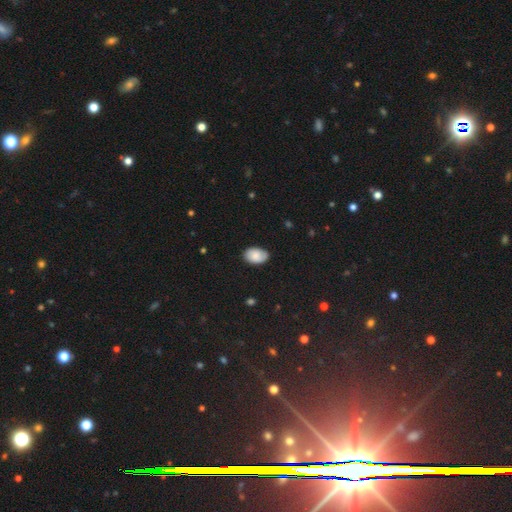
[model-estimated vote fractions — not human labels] smooth 81%, featured or disk 12%, star or artifact 7%. Down the decision tree: how rounded — in between (90%); merging — none (80%).